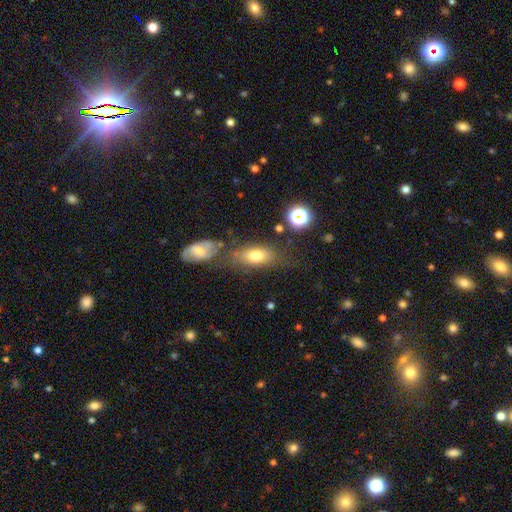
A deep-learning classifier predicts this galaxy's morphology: A smooth galaxy with no disk features (72%) that is in between round and cigar-shaped (81%). Merging: none (61%).